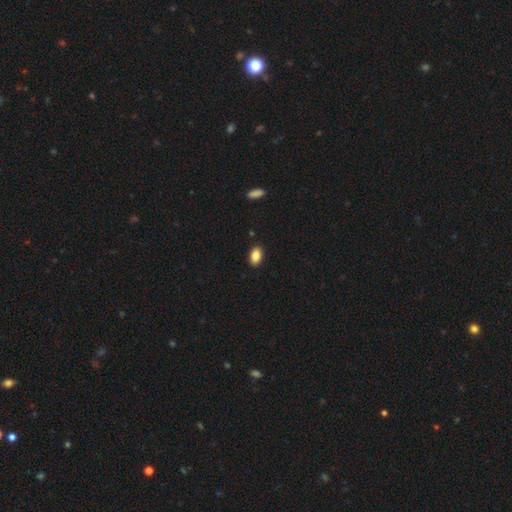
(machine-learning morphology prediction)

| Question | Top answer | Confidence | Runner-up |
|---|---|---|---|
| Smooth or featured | smooth | 86% | star or artifact (8%) |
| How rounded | in between | 91% | round (7%) |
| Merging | none | 89% | minor disturbance (8%) |